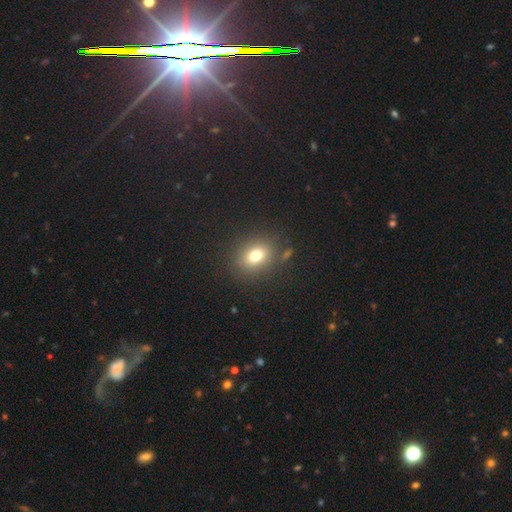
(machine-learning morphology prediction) This appears to be a smooth galaxy with no disk features (75%) that is in between round and cigar-shaped (51%). Merging: none (84%).